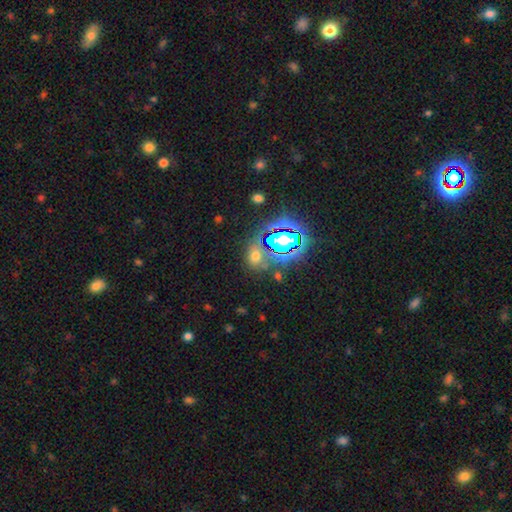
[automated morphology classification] type=smooth (46%); merging=none (67%).